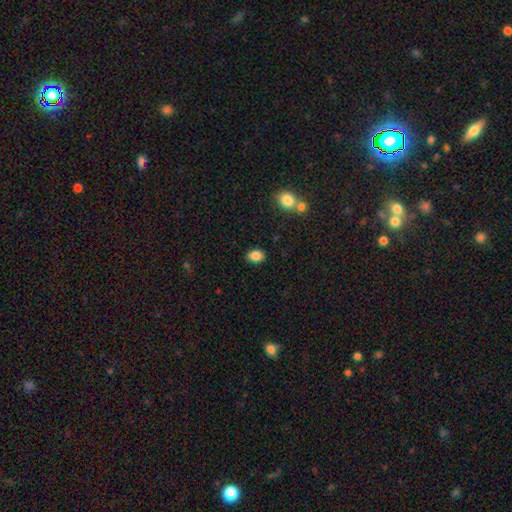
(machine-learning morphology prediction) Q: Smooth or featured?
A: smooth (85%); runner-up: star or artifact (9%)
Q: How rounded?
A: in between (77%); runner-up: round (22%)
Q: Merging?
A: none (85%); runner-up: minor disturbance (10%)